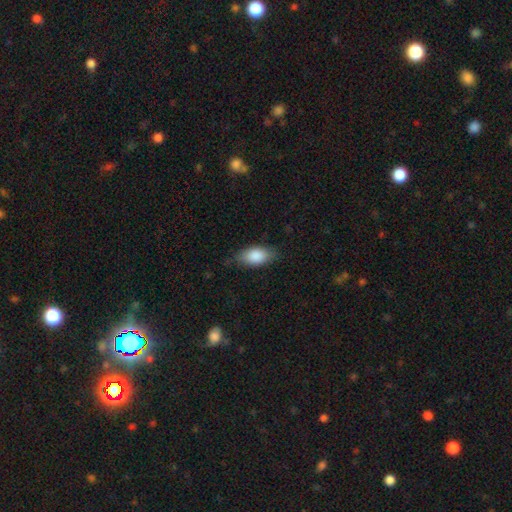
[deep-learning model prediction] Overall: smooth (85%). How rounded: in between (91%). Merging: none (76%).